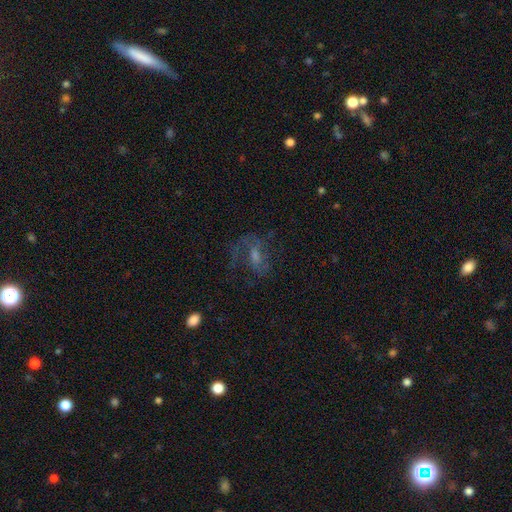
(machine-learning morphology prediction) This appears to be a featured or disk galaxy (64%) with a weak bar (48%), spiral arms (80%) and a moderate central bulge (41%). Merging: none (51%).